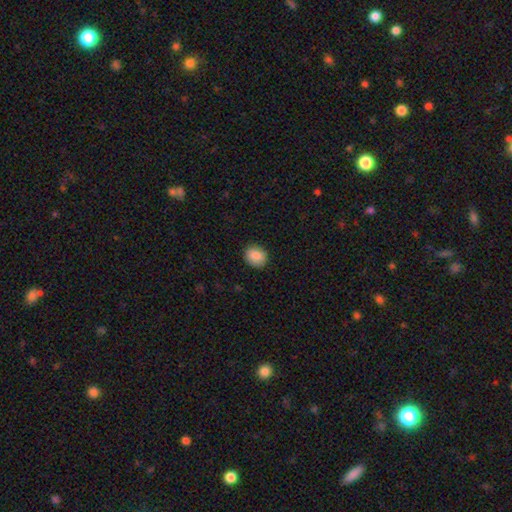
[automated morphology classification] type=smooth (88%); roundness=round (70%); merging=none (89%).